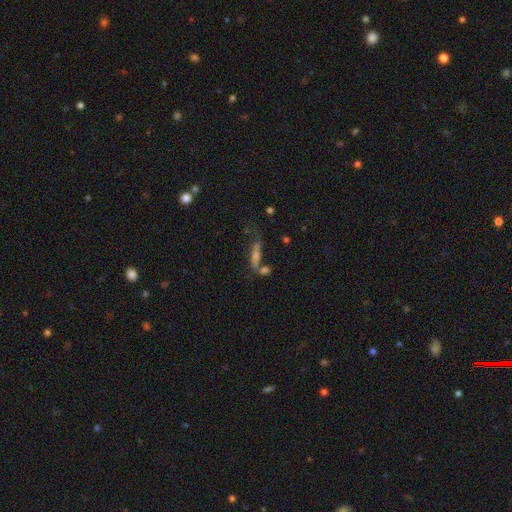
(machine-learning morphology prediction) This appears to be a smooth galaxy with no disk features (49%). Merging: none (40%).